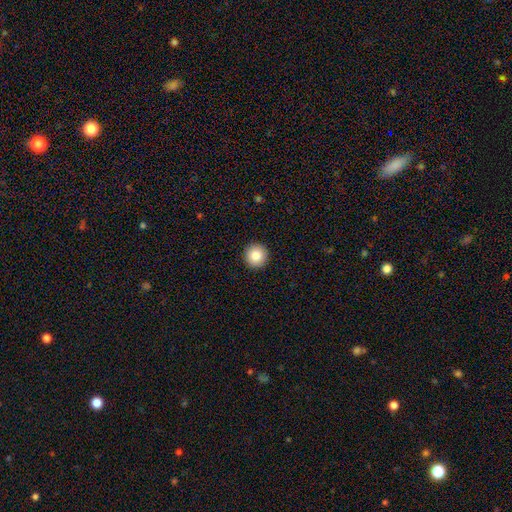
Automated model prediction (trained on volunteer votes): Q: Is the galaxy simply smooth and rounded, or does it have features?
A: smooth — 85%.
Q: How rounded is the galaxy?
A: round — 96%.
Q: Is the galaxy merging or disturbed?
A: none — 93%.